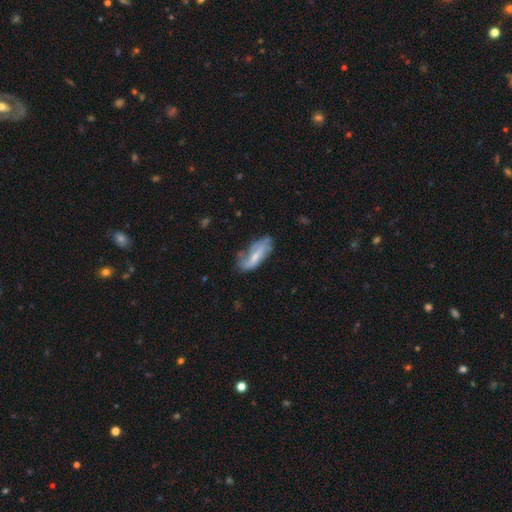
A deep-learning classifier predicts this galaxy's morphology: Smooth or featured?
  - featured or disk: 52% *
  - smooth: 40%
  - star or artifact: 7%
Edge-on disk?
  - no: 86% *
  - yes: 14%
Merging?
  - none: 50% *
  - minor disturbance: 30%
  - major disturbance: 15%
  - merger: 5%